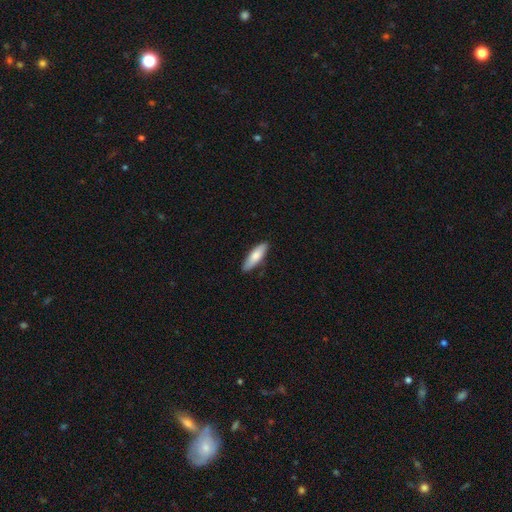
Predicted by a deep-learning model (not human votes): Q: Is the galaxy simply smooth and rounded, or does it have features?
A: smooth — 76%.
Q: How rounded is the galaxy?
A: cigar-shaped — 51%.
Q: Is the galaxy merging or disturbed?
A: none — 87%.